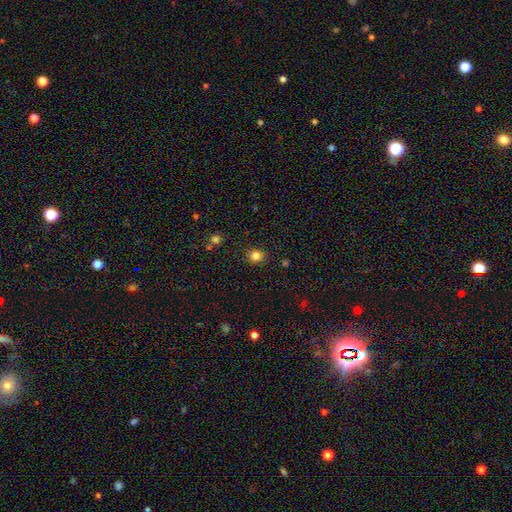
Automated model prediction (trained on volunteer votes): The model was most divided on "how rounded": round: 78%, in between: 21%, cigar-shaped: 1%. More confident: merging — none (89%); smooth or featured — smooth (83%).